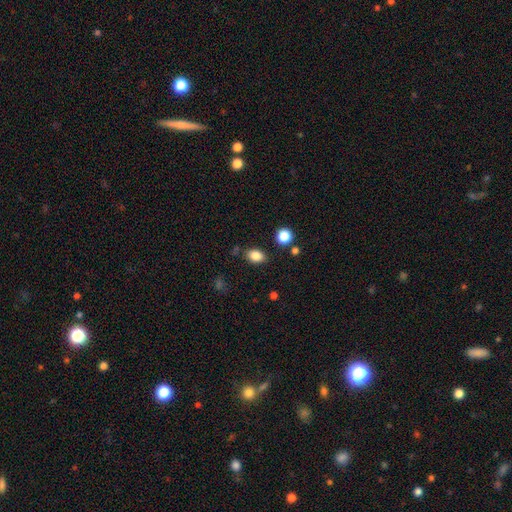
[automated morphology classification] The model was most divided on "how rounded": in between: 77%, round: 22%, cigar-shaped: 1%. More confident: smooth or featured — smooth (84%); merging — none (81%).